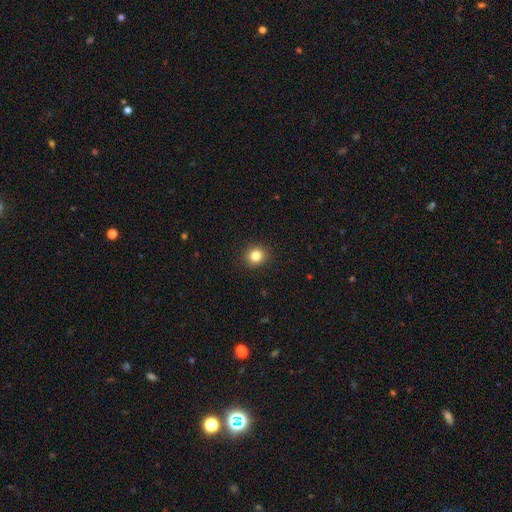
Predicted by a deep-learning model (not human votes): Q: Smooth or featured?
A: smooth (83%); runner-up: star or artifact (11%)
Q: How rounded?
A: round (87%); runner-up: in between (12%)
Q: Merging?
A: none (92%); runner-up: minor disturbance (6%)